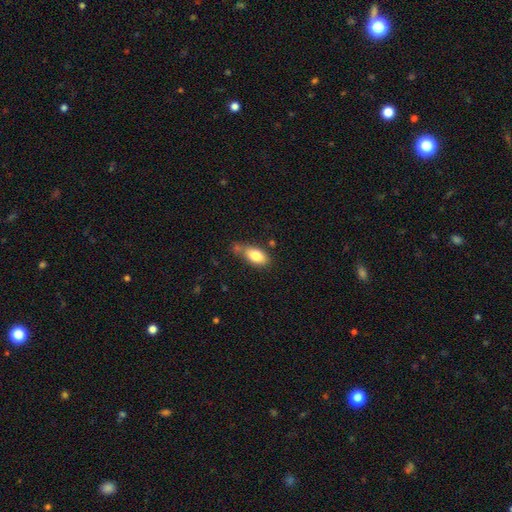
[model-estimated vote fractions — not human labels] A smooth galaxy with no disk features (80%) that is in between round and cigar-shaped (88%). Merging: none (56%).